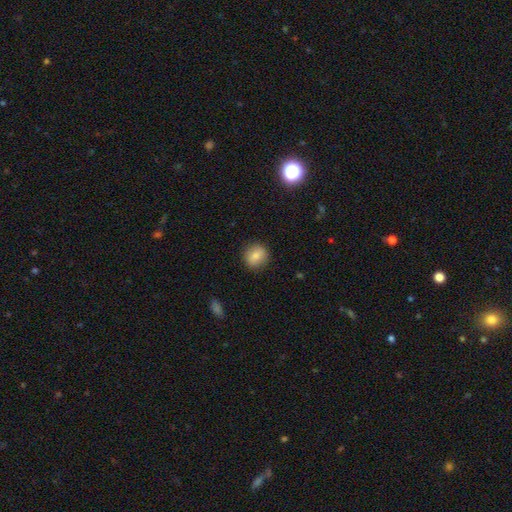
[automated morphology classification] type=smooth (80%); roundness=round (85%); merging=none (89%).